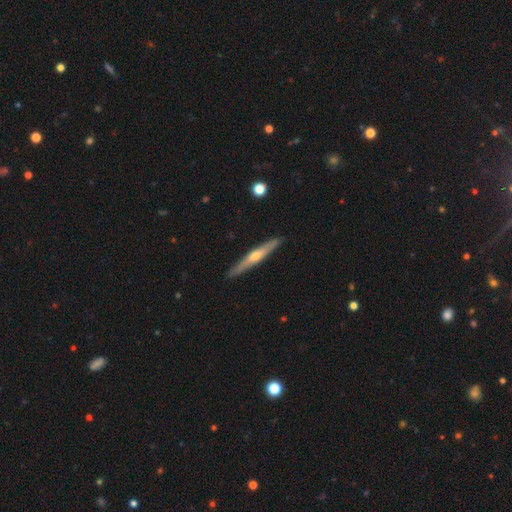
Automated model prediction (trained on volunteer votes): This appears to be a featured or disk galaxy (62%) viewed edge-on (95%) with a rounded central bulge (82%). Merging: none (90%).